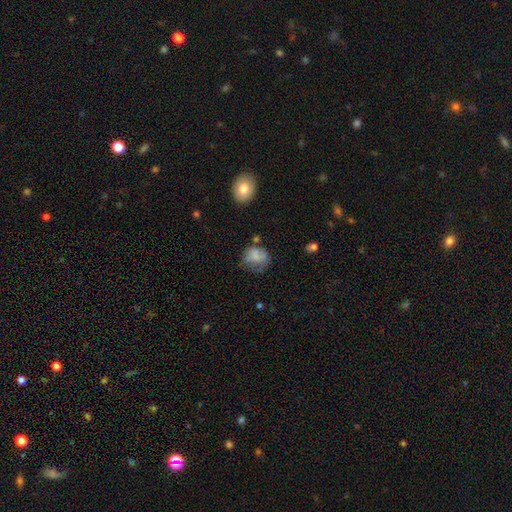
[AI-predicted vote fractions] Smooth or featured: smooth — 71% (featured or disk — 19%)
How rounded: round — 58% (in between — 41%)
Merging: none — 42% (minor disturbance — 30%)